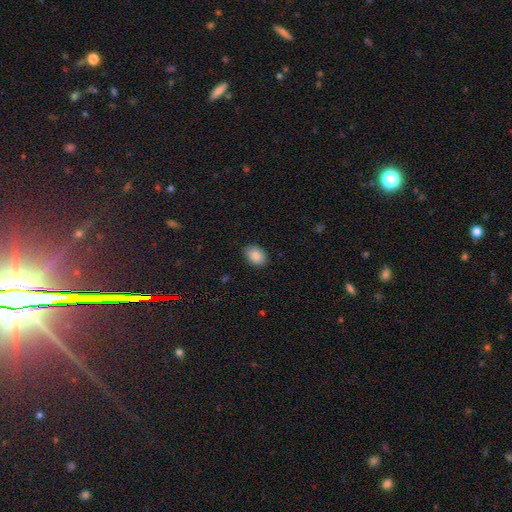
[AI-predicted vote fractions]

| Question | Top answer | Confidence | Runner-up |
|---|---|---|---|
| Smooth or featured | smooth | 87% | star or artifact (8%) |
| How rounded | in between | 76% | round (23%) |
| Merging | none | 84% | minor disturbance (13%) |